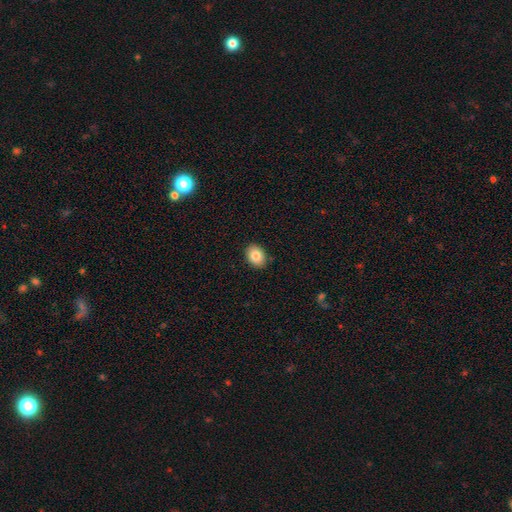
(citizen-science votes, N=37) Volunteers were most divided on "how rounded": in between: 78%, round: 22%, cigar-shaped: 0%. More confident: smooth or featured — smooth (97%); merging — none (95%).